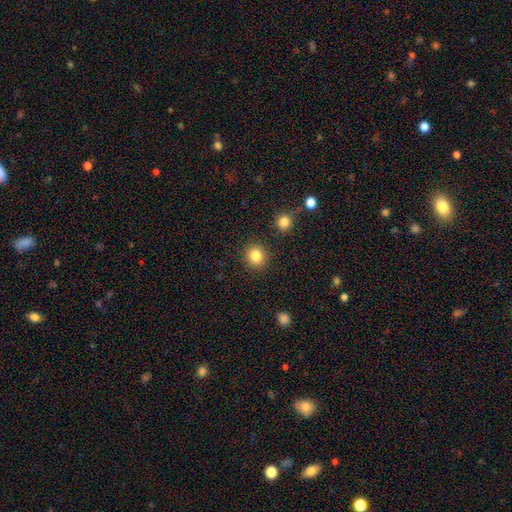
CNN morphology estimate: Smooth or featured? Predicted: smooth (p=0.84). How rounded? Predicted: round (p=0.85). Merging? Predicted: none (p=0.89).